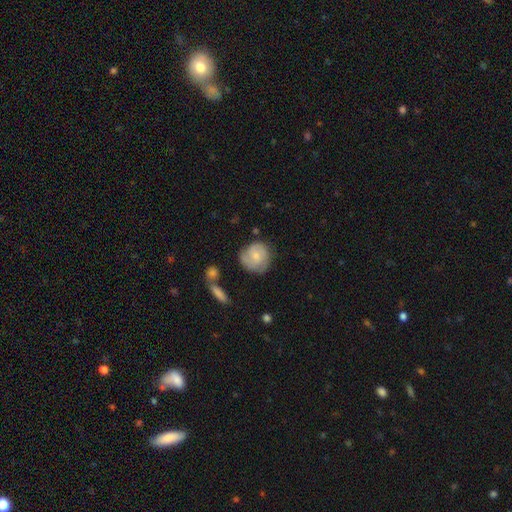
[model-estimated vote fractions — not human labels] The model was most divided on "smooth or featured": smooth: 59%, featured or disk: 34%, star or artifact: 6%. More confident: how rounded — round (86%); merging — none (65%).